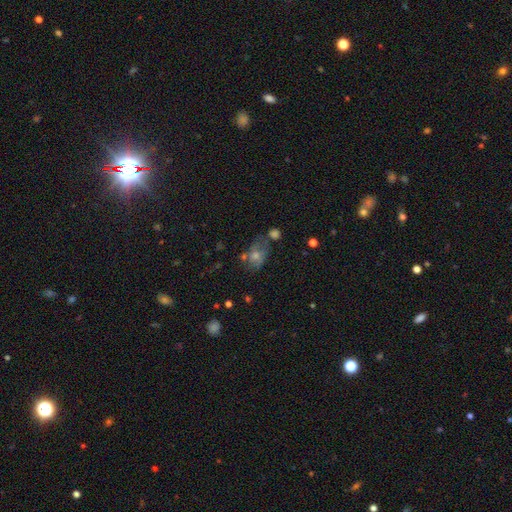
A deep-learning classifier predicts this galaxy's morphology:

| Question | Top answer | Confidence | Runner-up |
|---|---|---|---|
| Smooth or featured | smooth | 42% | featured or disk (32%) |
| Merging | none | 50% | minor disturbance (22%) |